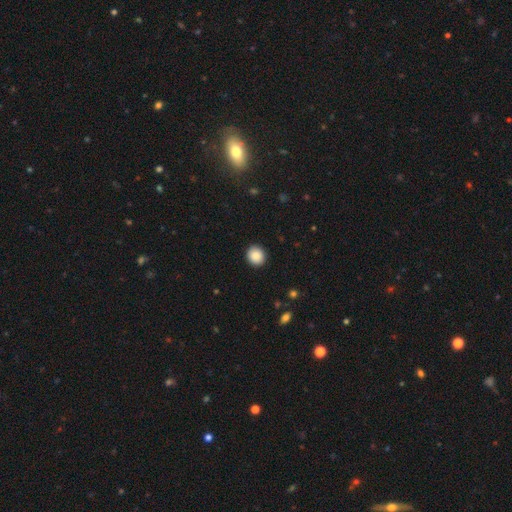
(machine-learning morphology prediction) This appears to be a smooth galaxy with no disk features (89%) that is round (86%). Merging: none (92%).